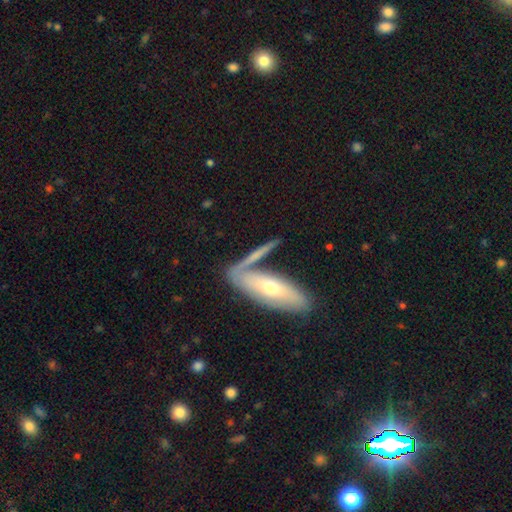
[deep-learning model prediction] The model was most divided on "smooth or featured": smooth: 50%, featured or disk: 44%, star or artifact: 6%. More confident: merging — none (56%).